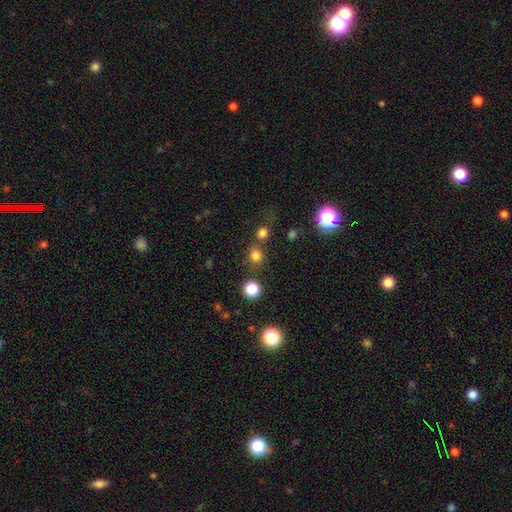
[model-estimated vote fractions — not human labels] Q: Smooth or featured?
A: smooth (78%); runner-up: star or artifact (17%)
Q: How rounded?
A: round (89%); runner-up: in between (10%)
Q: Merging?
A: none (73%); runner-up: merger (15%)